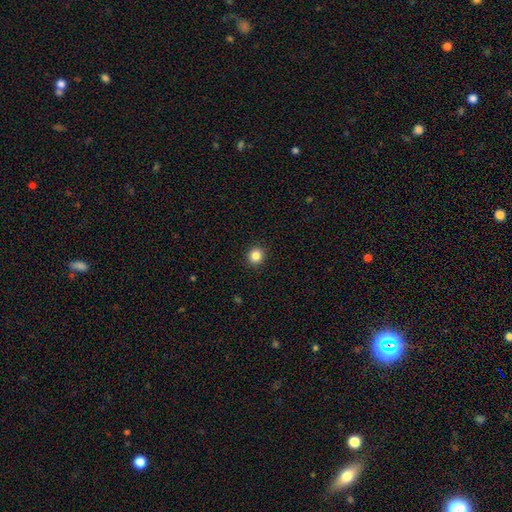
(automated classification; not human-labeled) Smooth or featured? Predicted: smooth (p=0.84). How rounded? Predicted: round (p=0.92). Merging? Predicted: none (p=0.93).